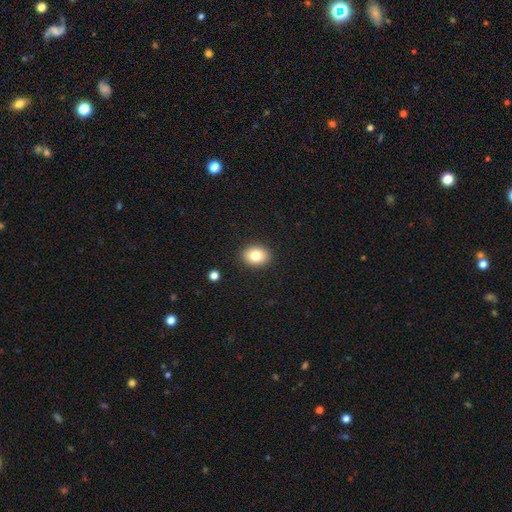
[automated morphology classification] Smooth or featured: smooth — 81% (featured or disk — 10%)
How rounded: in between — 65% (round — 35%)
Merging: none — 90% (minor disturbance — 7%)